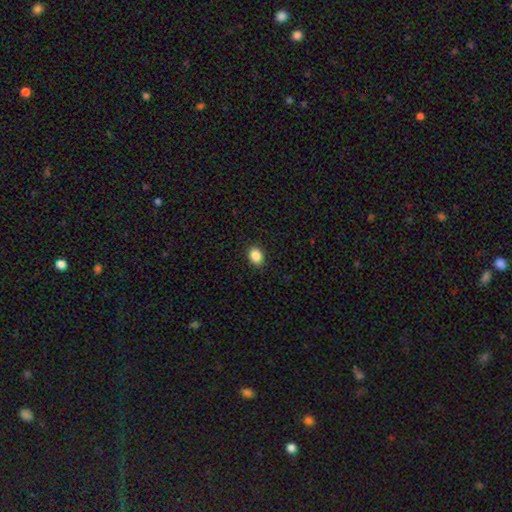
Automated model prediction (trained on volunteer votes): This is clearly a smooth galaxy (87%). How rounded: likely in between (65%). Merging: clearly none (90%).